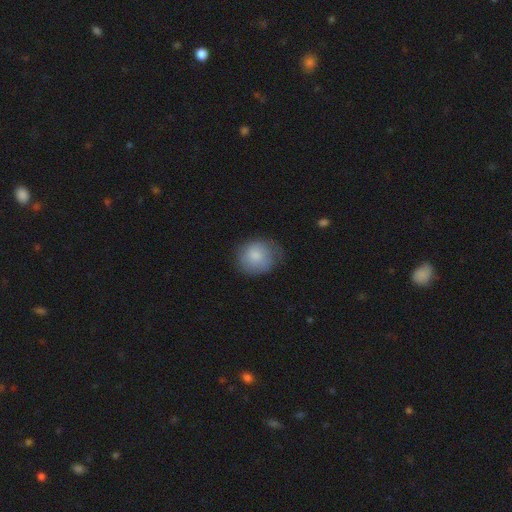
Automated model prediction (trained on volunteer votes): Morphology: type=smooth (81%); roundness=round (78%); merging=none (64%).